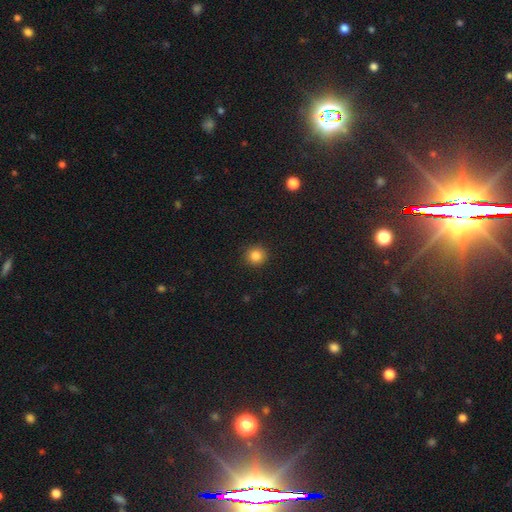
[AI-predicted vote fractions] This is clearly a smooth galaxy (84%). How rounded: clearly round (94%). Merging: clearly none (92%).